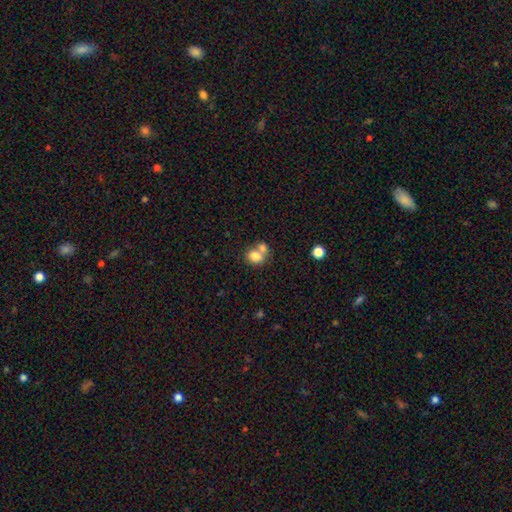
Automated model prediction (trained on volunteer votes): Smooth or featured? smooth (78%)
How rounded? round (58%)
Merging? merger (53%)